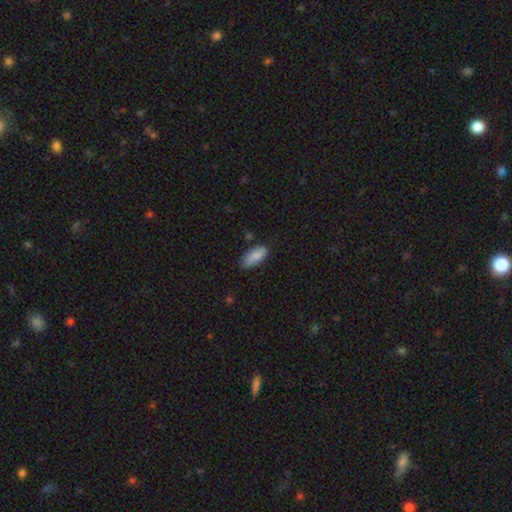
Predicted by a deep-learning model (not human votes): Smooth or featured?
  - smooth: 86% *
  - featured or disk: 8%
  - star or artifact: 6%
How rounded?
  - in between: 84% *
  - cigar-shaped: 14%
  - round: 2%
Merging?
  - none: 72% *
  - minor disturbance: 21%
  - major disturbance: 4%
  - merger: 3%